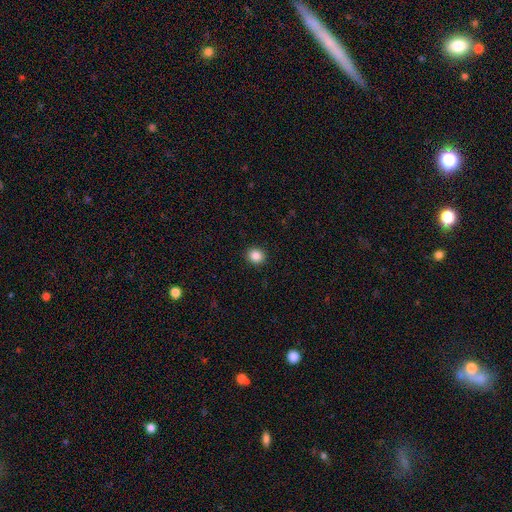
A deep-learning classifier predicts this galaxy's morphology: A smooth galaxy with no disk features (86%) that is round (85%). Merging: none (92%).